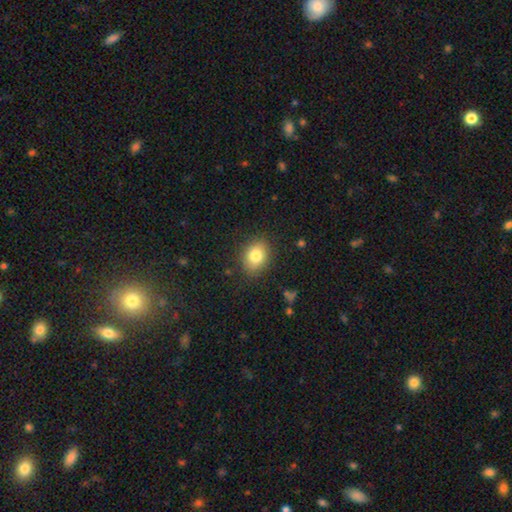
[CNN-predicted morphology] smooth-or-featured: smooth: 80% | featured or disk: 10% | star or artifact: 9%
  how-rounded: in between: 66% | round: 33% | cigar-shaped: 1%
  merging: none: 85% | minor disturbance: 11% | major disturbance: 3% | merger: 1%